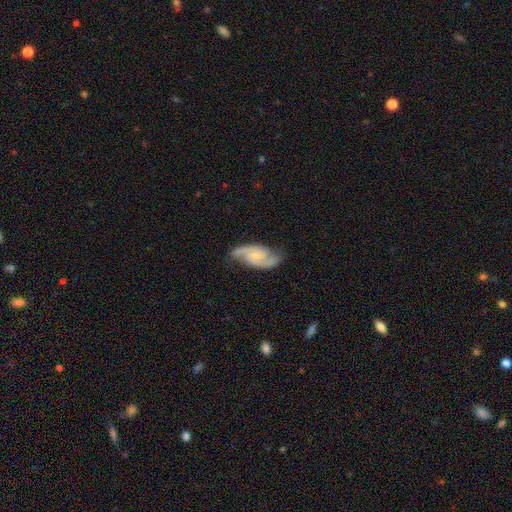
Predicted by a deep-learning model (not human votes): This is clearly a featured or disk galaxy (87%). It is clearly not viewed edge-on (96%). Bar: likely no (63%). Spiral arm pattern: clearly yes (97%). Spiral arm count: clearly 2 (91%). Spiral winding: possibly medium (52%). Central bulge: likely small (64%). Merging: likely none (77%).